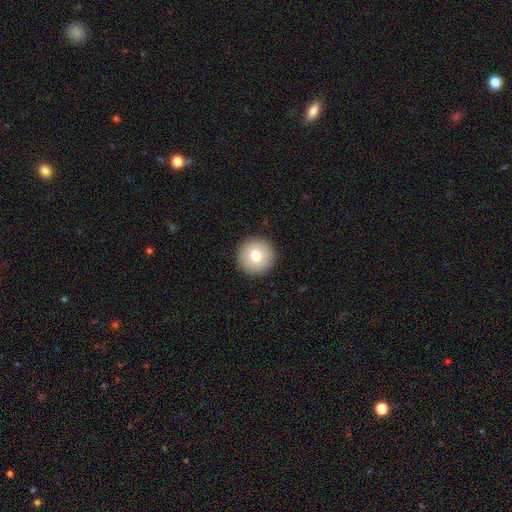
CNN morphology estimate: This is likely a smooth galaxy (76%). How rounded: clearly round (96%). Merging: clearly none (93%).